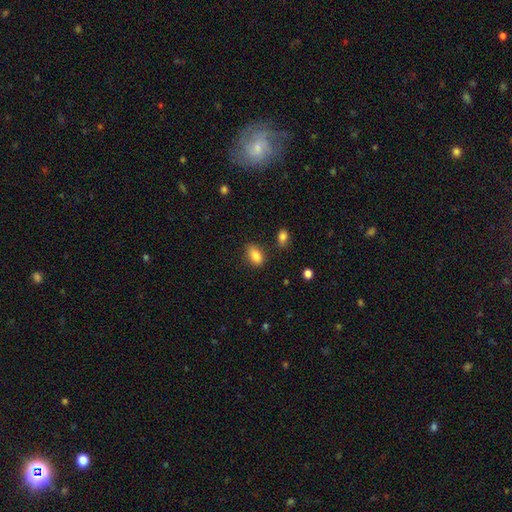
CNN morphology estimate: smooth_or_featured: smooth (p=0.85) [alt: star or artifact p=0.08]
how_rounded: in between (p=0.87) [alt: round p=0.11]
merging: none (p=0.79) [alt: minor disturbance p=0.14]